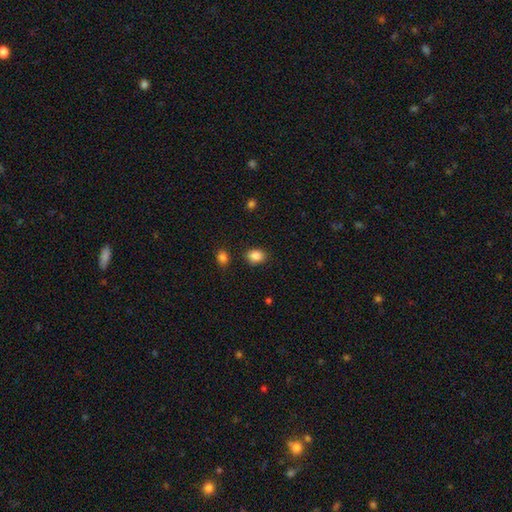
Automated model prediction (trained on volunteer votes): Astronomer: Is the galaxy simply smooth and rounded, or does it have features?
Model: smooth — 86%.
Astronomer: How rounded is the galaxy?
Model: in between — 61% (runner-up: round, 38%).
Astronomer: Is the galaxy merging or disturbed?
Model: none — 84%.